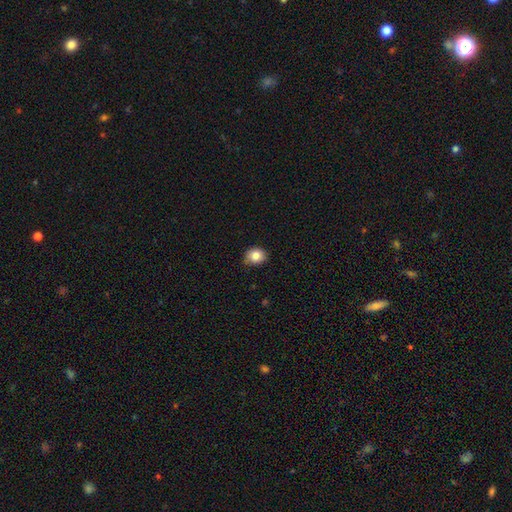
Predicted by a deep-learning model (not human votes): Smooth or featured?
  - smooth: 83% *
  - star or artifact: 10%
  - featured or disk: 8%
How rounded?
  - round: 65% *
  - in between: 34%
  - cigar-shaped: 1%
Merging?
  - none: 73% *
  - minor disturbance: 23%
  - major disturbance: 3%
  - merger: 1%